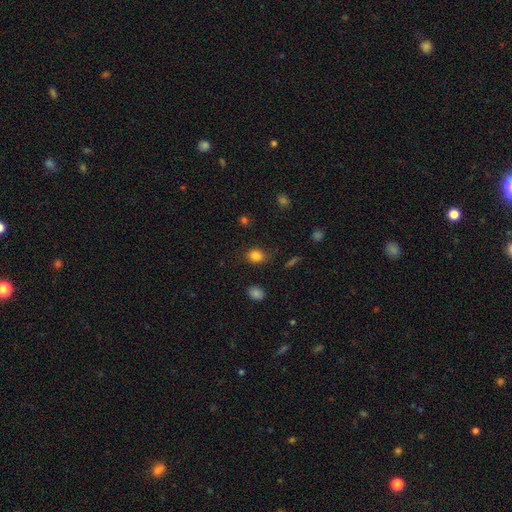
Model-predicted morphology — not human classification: A smooth galaxy with no disk features (84%) that is in between round and cigar-shaped (50%).

Vote fractions:
- Smooth or featured? smooth: 84% / star or artifact: 11% / featured or disk: 5%
- How rounded? in between: 50% / round: 49% / cigar-shaped: 1%
- Merging? none: 77% / minor disturbance: 16% / major disturbance: 5% / merger: 2%